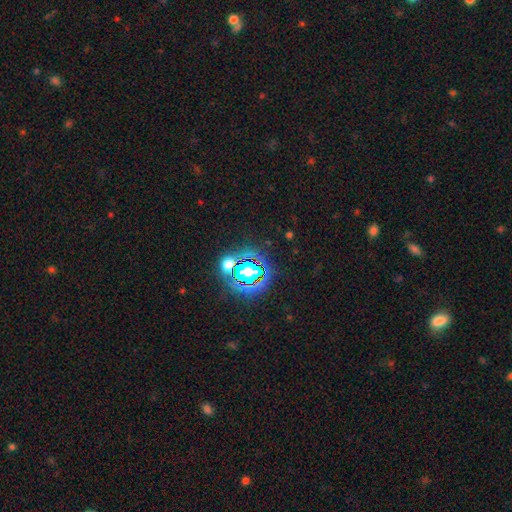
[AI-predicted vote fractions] A star or artifact, not a galaxy (79%).